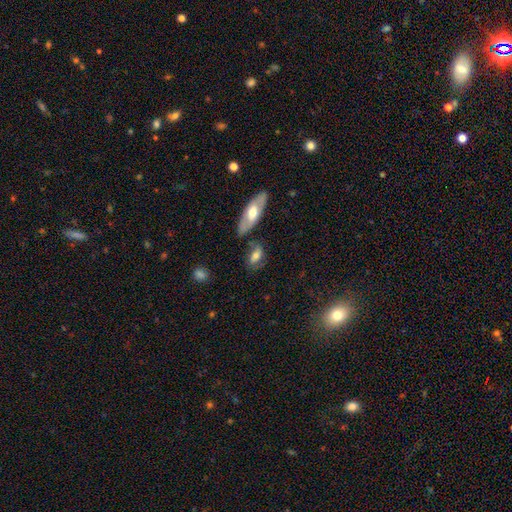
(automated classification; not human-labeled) A smooth galaxy with no disk features (58%) that is in between round and cigar-shaped (81%).

Vote fractions:
- Smooth or featured? smooth: 58% / featured or disk: 34% / star or artifact: 8%
- How rounded? in between: 81% / cigar-shaped: 11% / round: 8%
- Merging? none: 65% / minor disturbance: 19% / merger: 9% / major disturbance: 7%